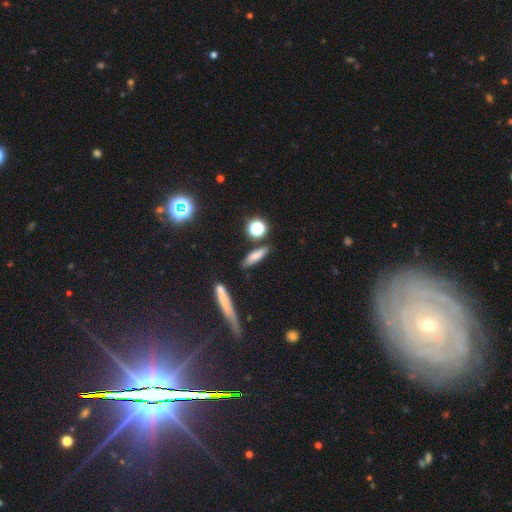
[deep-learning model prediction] Smooth or featured? smooth (71%)
How rounded? cigar-shaped (59%)
Merging? none (77%)